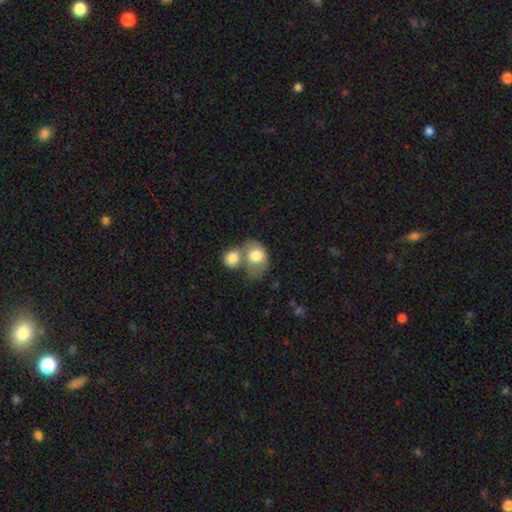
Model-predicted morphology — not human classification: Q: Smooth or featured?
A: smooth (75%); runner-up: featured or disk (19%)
Q: How rounded?
A: in between (57%); runner-up: round (42%)
Q: Merging?
A: merger (66%); runner-up: none (16%)